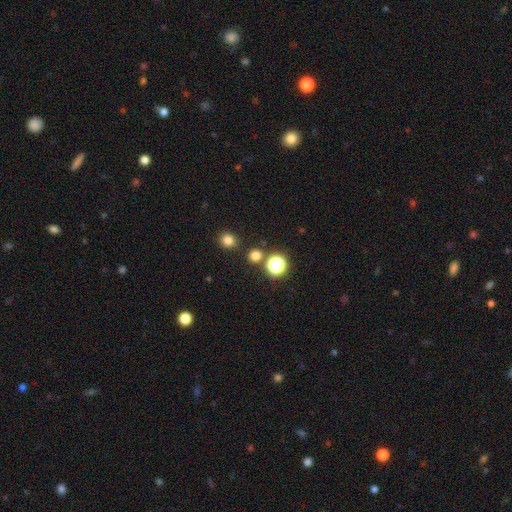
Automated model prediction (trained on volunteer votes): smooth 71%, star or artifact 25%, featured or disk 5%. Down the decision tree: how rounded — round (87%); merging — none (81%).